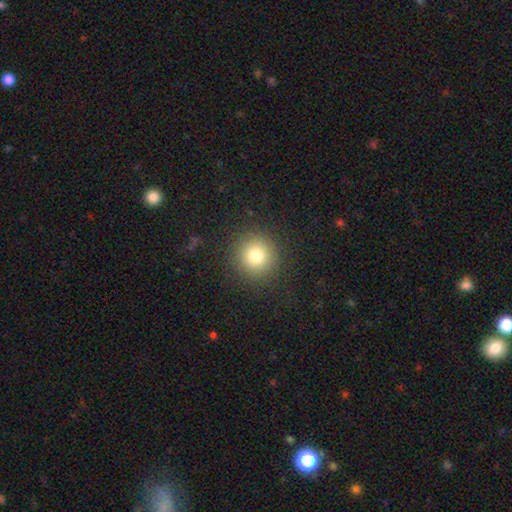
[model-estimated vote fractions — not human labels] Smooth or featured? Predicted: smooth (p=0.78). How rounded? Predicted: round (p=0.94). Merging? Predicted: none (p=0.90).